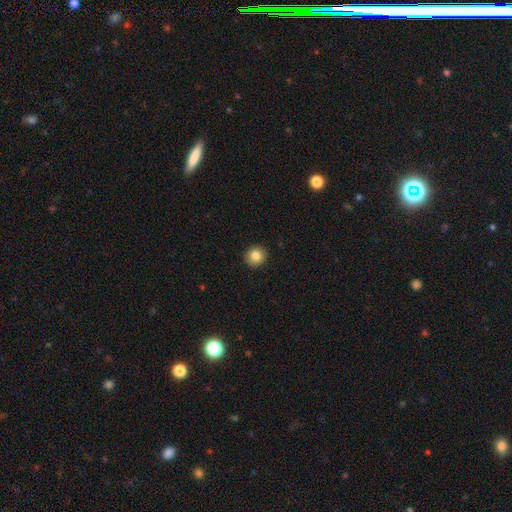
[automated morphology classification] A smooth galaxy with no disk features (84%) that is round (93%). Merging: none (93%).